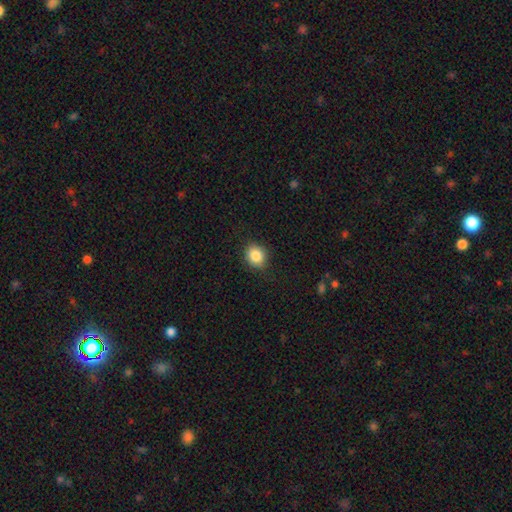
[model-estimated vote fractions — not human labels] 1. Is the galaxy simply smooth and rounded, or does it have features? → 85% smooth, 9% star or artifact, 6% featured or disk.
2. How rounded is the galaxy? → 71% round, 28% in between, 1% cigar-shaped.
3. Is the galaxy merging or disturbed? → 86% none, 11% minor disturbance, 3% major disturbance, 1% merger.